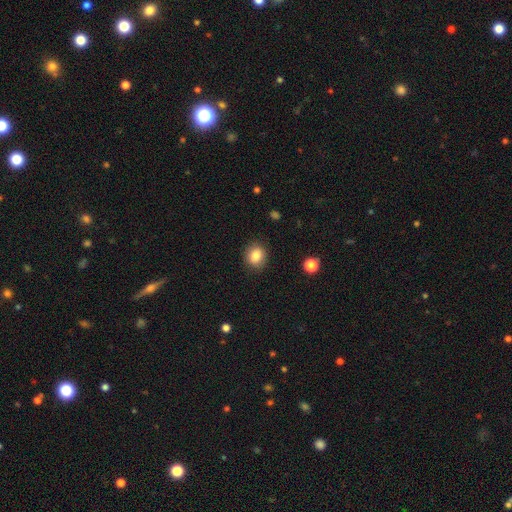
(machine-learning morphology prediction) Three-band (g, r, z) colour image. It shows a smooth galaxy with no disk features (83%) that is round (67%). Merging: none (87%).